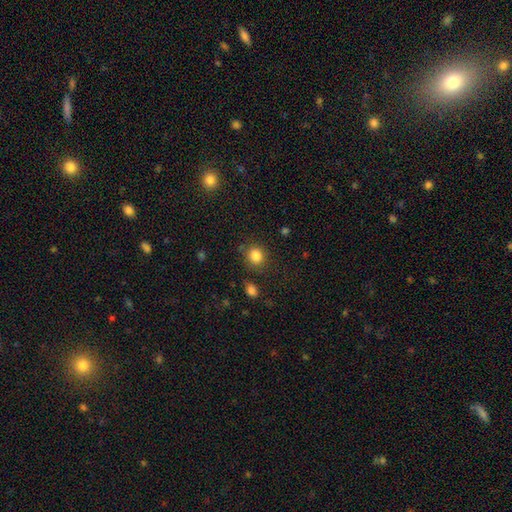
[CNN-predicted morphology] Smooth or featured? smooth (84%)
How rounded? round (78%)
Merging? none (82%)